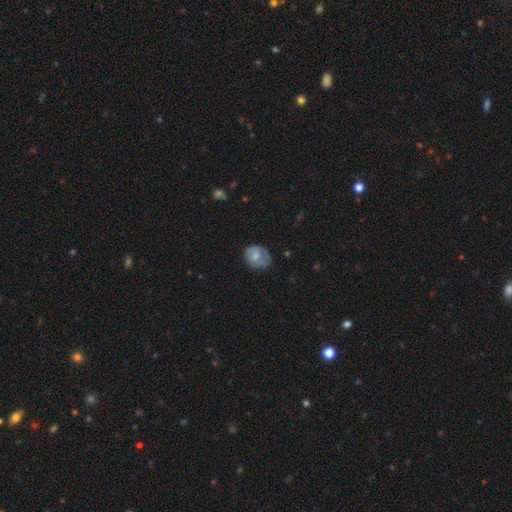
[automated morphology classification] Overall: smooth (56%; featured or disk 37%). How rounded: round (55%; in between 44%). Merging: none (55%; minor disturbance 31%).